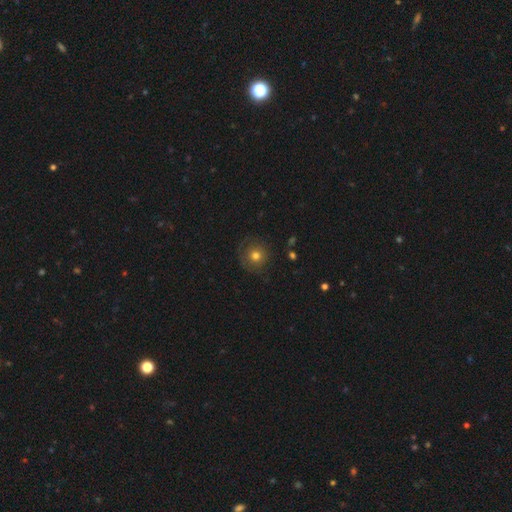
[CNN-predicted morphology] A smooth galaxy with no disk features (69%) that is round (93%). Merging: none (78%).